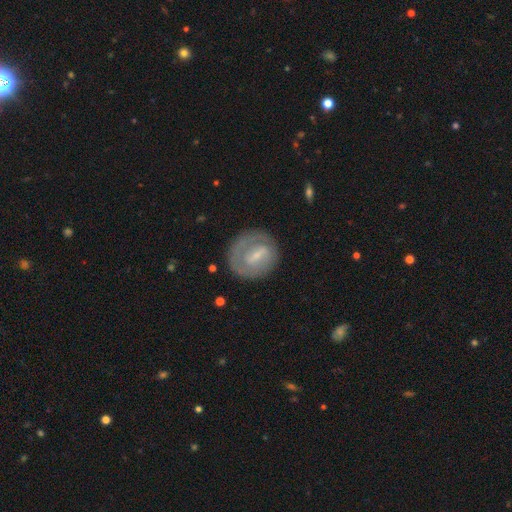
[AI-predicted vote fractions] A featured or disk galaxy (62%) with a weak bar (47%), spiral arms (65%) and a small central bulge (54%).

Vote fractions:
- Smooth or featured? featured or disk: 62% / smooth: 32% / star or artifact: 6%
- Edge-on disk? no: 96% / yes: 4%
- Bar? weak: 47% / strong: 34% / no: 20%
- Spiral arms? yes: 65% / no: 35%
- Bulge size? small: 54% / moderate: 25% / none: 17% / large: 3% / dominant: 1%
- Merging? none: 71% / minor disturbance: 17% / major disturbance: 10% / merger: 2%